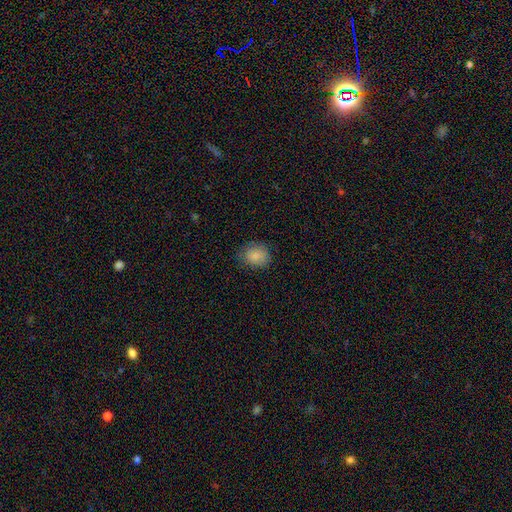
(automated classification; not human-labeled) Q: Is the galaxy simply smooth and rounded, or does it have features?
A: smooth — 86%.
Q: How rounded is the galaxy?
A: round — 62%.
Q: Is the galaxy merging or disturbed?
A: none — 80%.